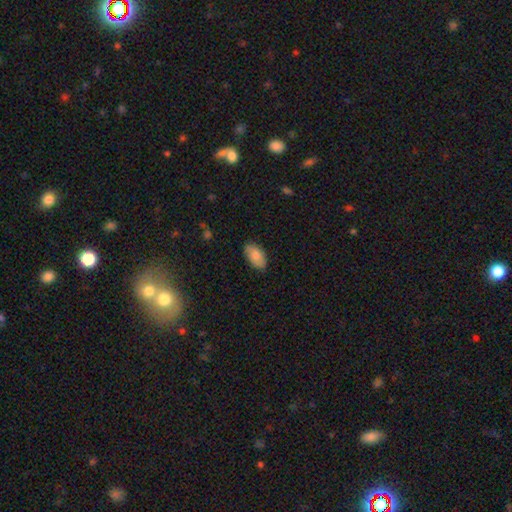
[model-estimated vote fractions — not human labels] Overall: smooth (83%). How rounded: in between (94%). Merging: none (83%).